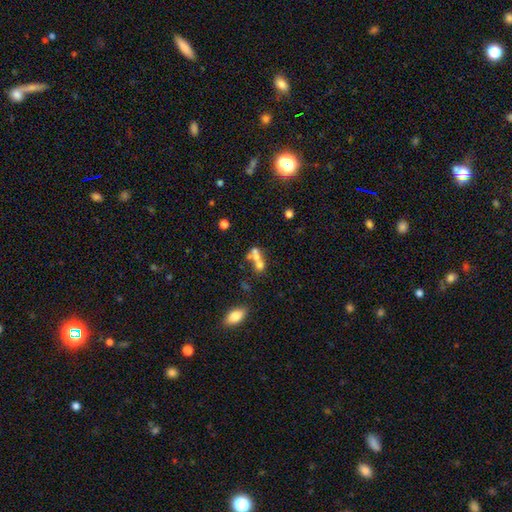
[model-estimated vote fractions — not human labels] Q: Smooth or featured?
A: smooth (57%); runner-up: featured or disk (28%)
Q: How rounded?
A: round (47%); tied with: in between (47%)
Q: Merging?
A: merger (60%); runner-up: none (25%)